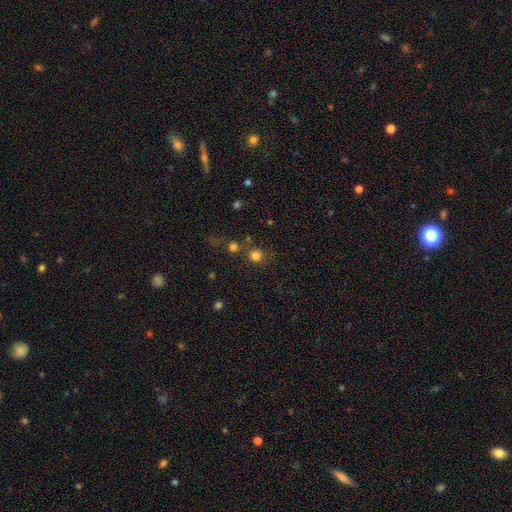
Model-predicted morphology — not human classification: The model was most divided on "merging": none: 70%, merger: 17%, minor disturbance: 9%, major disturbance: 5%. More confident: how rounded — round (90%); smooth or featured — smooth (78%).